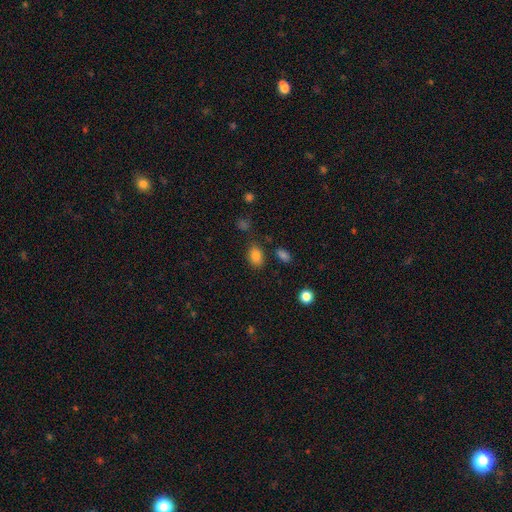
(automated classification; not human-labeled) Smooth or featured?
  - smooth: 83% *
  - star or artifact: 11%
  - featured or disk: 7%
How rounded?
  - in between: 75% *
  - round: 23%
  - cigar-shaped: 1%
Merging?
  - none: 78% *
  - minor disturbance: 14%
  - merger: 4%
  - major disturbance: 4%